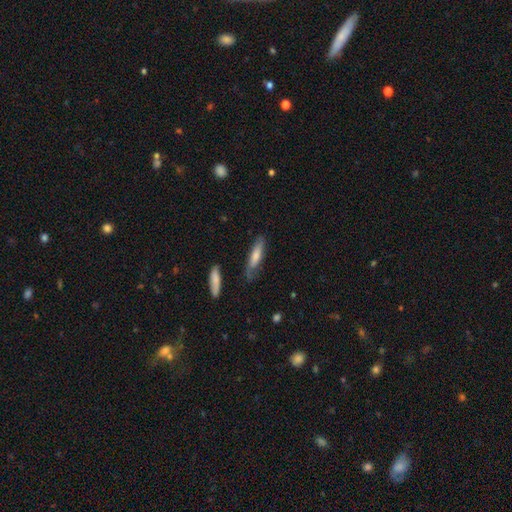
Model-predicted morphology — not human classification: Overall: smooth (70%). How rounded: cigar-shaped (70%). Merging: none (68%).